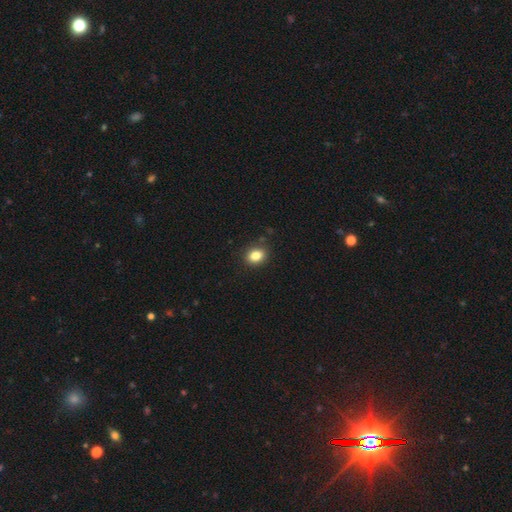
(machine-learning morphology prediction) The model was most divided on "how rounded": round: 50%, in between: 49%, cigar-shaped: 1%. More confident: merging — none (88%); smooth or featured — smooth (83%).